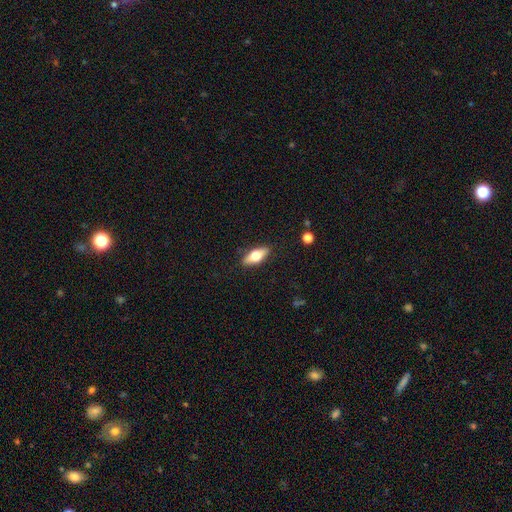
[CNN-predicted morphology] This appears to be a smooth galaxy with no disk features (60%) that is in between round and cigar-shaped (72%). Merging: none (87%).